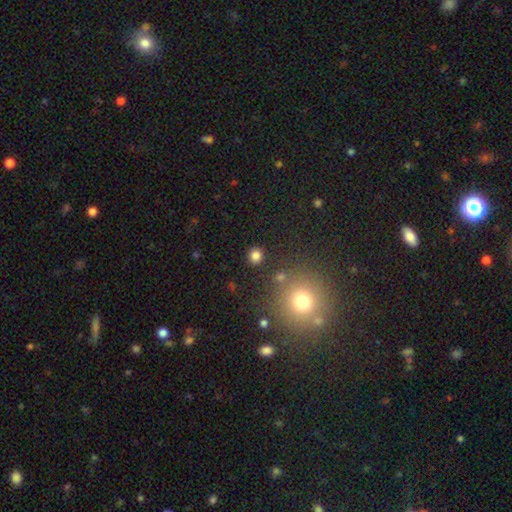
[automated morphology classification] Smooth or featured? smooth (81%)
How rounded? round (87%)
Merging? none (88%)